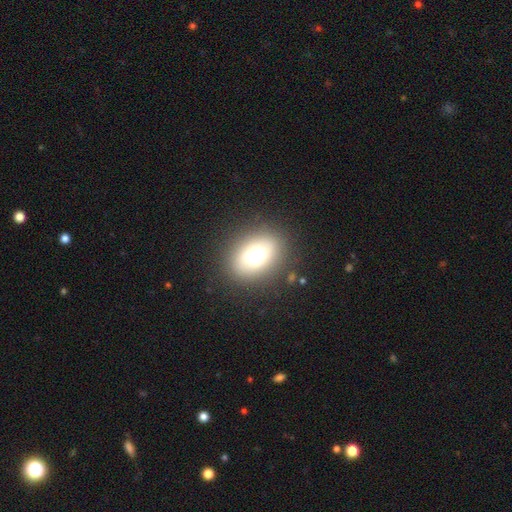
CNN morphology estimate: type=smooth (69%); roundness=in between (57%); merging=none (86%).